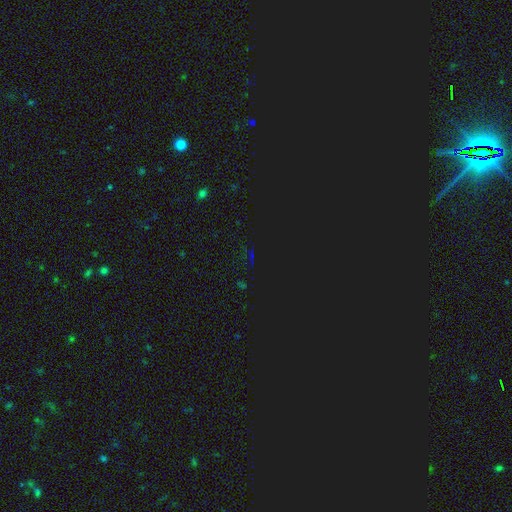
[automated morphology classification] Overall: star or artifact (80%).